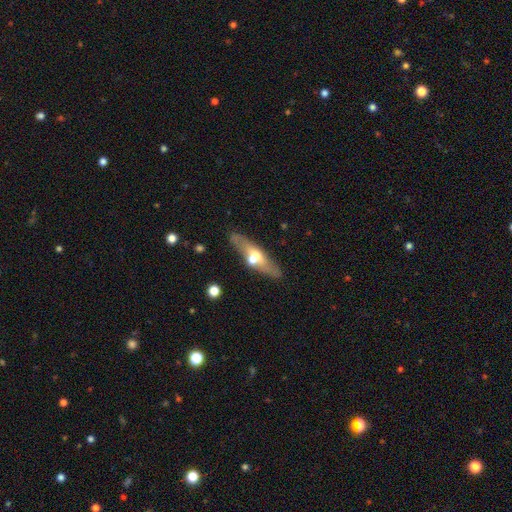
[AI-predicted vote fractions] Overall: featured or disk (53%; smooth 40%). Edge-on disk: yes (60%; no 40%). Merging: none (68%).